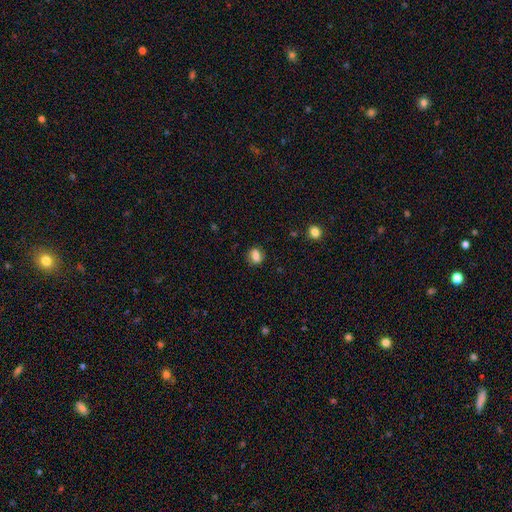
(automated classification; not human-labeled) This is likely a smooth galaxy (76%). How rounded: possibly in between (54%). Merging: clearly none (81%).